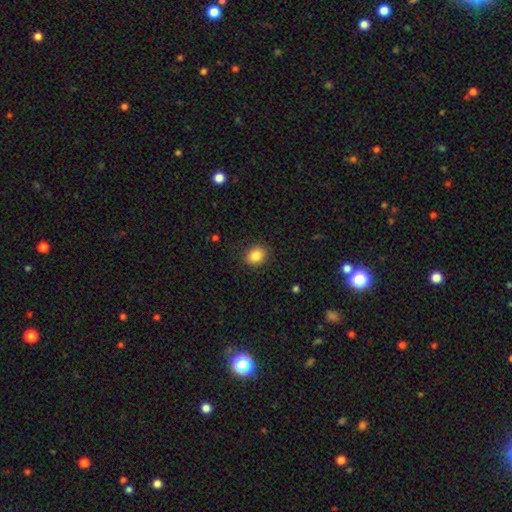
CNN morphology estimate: smooth 85%, star or artifact 10%, featured or disk 5%. Down the decision tree: how rounded — round (63%); merging — none (87%).